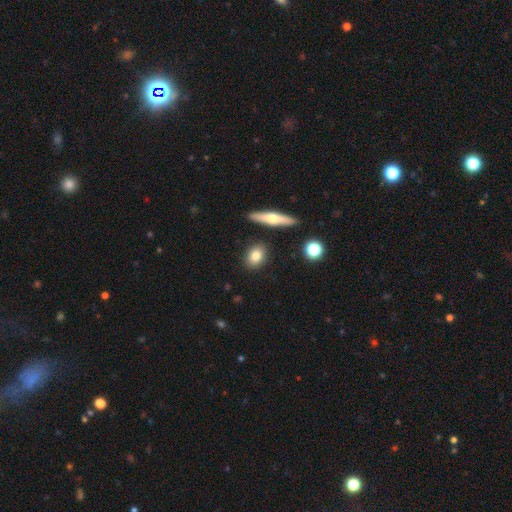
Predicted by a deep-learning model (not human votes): This appears to be a smooth galaxy with no disk features (78%) that is in between round and cigar-shaped (62%). Merging: none (86%).